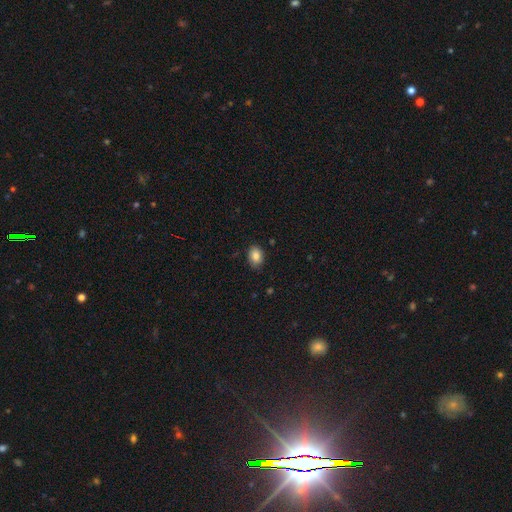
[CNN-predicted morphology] A smooth galaxy with no disk features (84%) that is in between round and cigar-shaped (73%). Merging: none (84%).